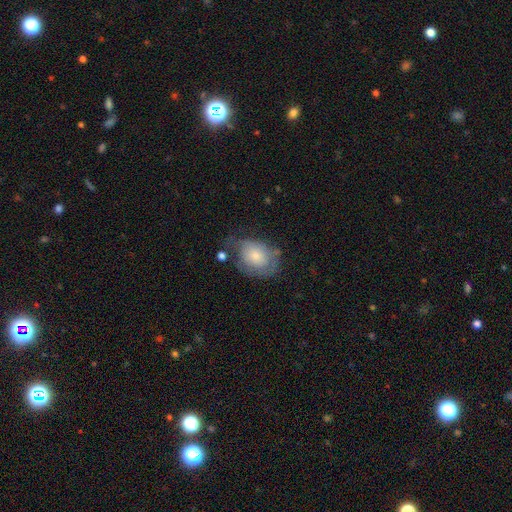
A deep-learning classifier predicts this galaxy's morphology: A smooth galaxy with no disk features (64%) that is in between round and cigar-shaped (65%).

Vote fractions:
- Smooth or featured? smooth: 64% / featured or disk: 29% / star or artifact: 7%
- How rounded? in between: 65% / round: 34% / cigar-shaped: 1%
- Merging? none: 41% / minor disturbance: 34% / major disturbance: 21% / merger: 5%